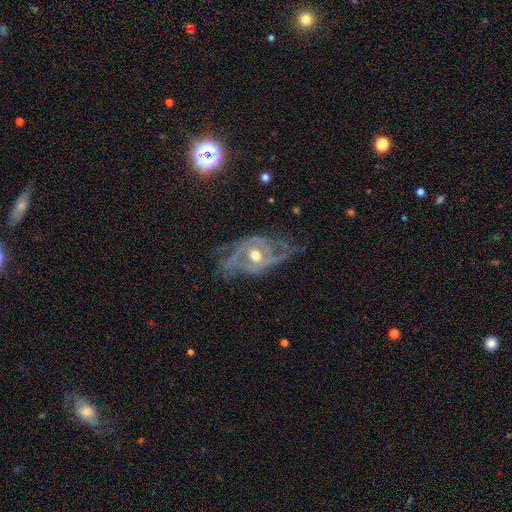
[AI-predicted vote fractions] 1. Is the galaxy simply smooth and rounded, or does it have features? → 84% featured or disk, 11% smooth, 6% star or artifact.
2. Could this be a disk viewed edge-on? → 93% no, 7% yes.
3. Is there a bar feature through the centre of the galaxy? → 65% no, 25% weak, 10% strong.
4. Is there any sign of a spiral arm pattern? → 77% yes, 23% no.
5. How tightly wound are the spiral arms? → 40% medium, 30% loose, 30% tight.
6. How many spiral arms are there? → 61% 2, 20% can't tell, 7% 3, 5% 1, 3% 4, 3% more than 4.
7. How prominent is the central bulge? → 78% moderate, 11% small, 8% large, 1% dominant, 1% none.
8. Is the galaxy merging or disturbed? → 47% none, 25% major disturbance, 25% minor disturbance, 2% merger.